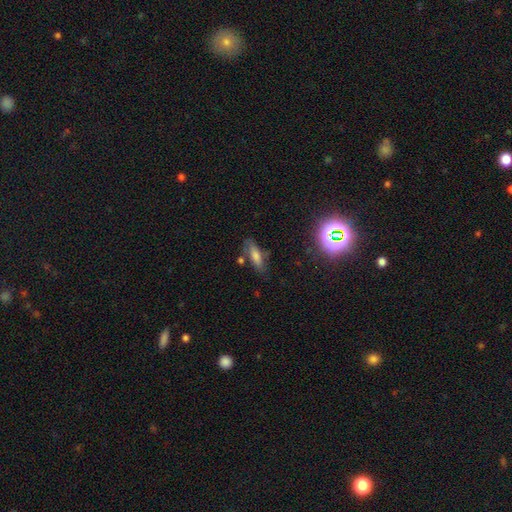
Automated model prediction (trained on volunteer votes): Q: Smooth or featured?
A: smooth (65%); runner-up: featured or disk (20%)
Q: How rounded?
A: in between (55%); runner-up: cigar-shaped (41%)
Q: Merging?
A: none (72%); runner-up: minor disturbance (17%)